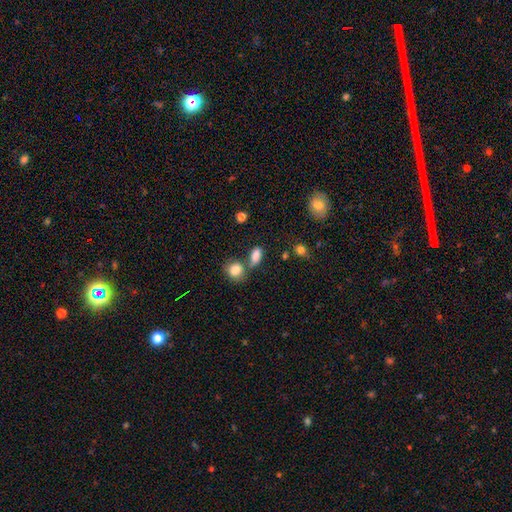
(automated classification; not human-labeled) Morphology: type=smooth (83%); roundness=in between (79%); merging=none (56%).